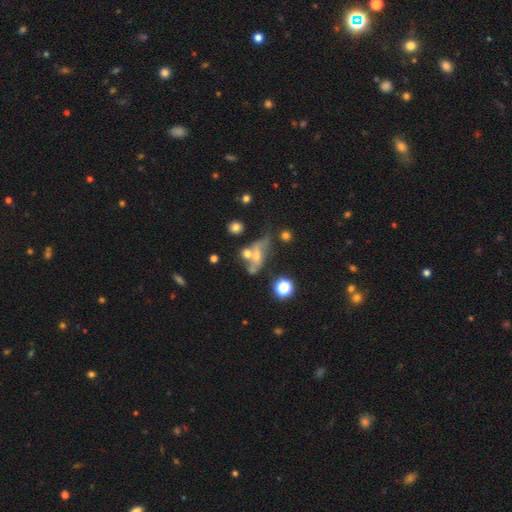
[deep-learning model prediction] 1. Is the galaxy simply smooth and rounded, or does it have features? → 49% featured or disk, 34% smooth, 17% star or artifact.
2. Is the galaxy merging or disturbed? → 33% merger, 31% none, 18% minor disturbance, 17% major disturbance.